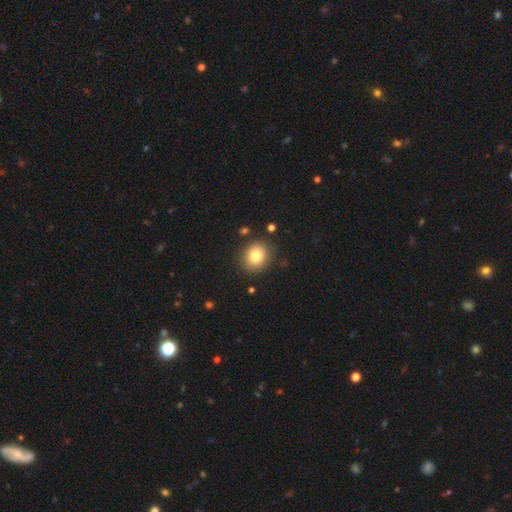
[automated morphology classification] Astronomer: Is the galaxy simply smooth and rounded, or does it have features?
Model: smooth — 82%.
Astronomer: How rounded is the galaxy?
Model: round — 71%.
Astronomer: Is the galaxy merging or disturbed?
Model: none — 87%.